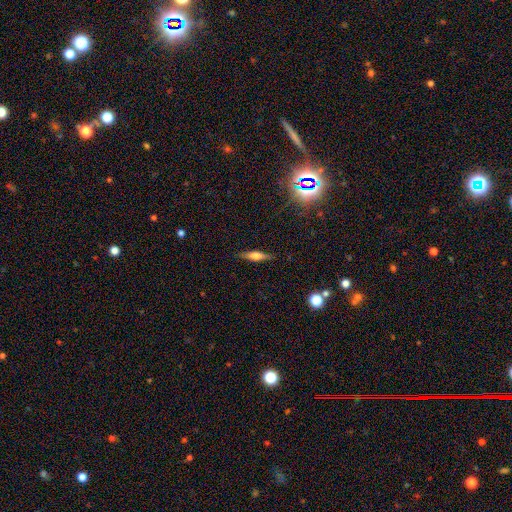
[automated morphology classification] A featured or disk galaxy (47%).

Vote fractions:
- Smooth or featured? featured or disk: 47% / smooth: 45% / star or artifact: 9%
- Merging? none: 86% / minor disturbance: 10% / major disturbance: 2% / merger: 1%